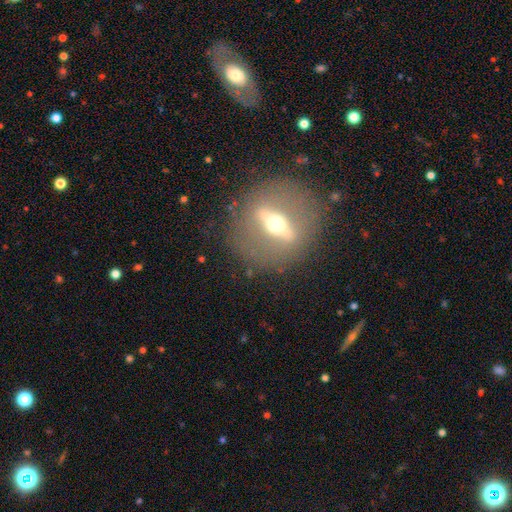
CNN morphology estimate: A featured or disk galaxy (76%) viewed edge-on (59%).

Vote fractions:
- Smooth or featured? featured or disk: 76% / smooth: 15% / star or artifact: 9%
- Edge-on disk? yes: 59% / no: 41%
- Merging? none: 84% / minor disturbance: 8% / major disturbance: 6% / merger: 2%